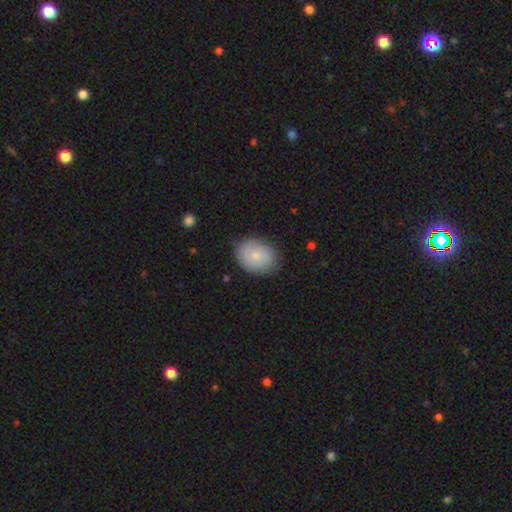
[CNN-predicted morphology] Overall: smooth (76%). How rounded: in between (62%; round 37%). Merging: none (78%).